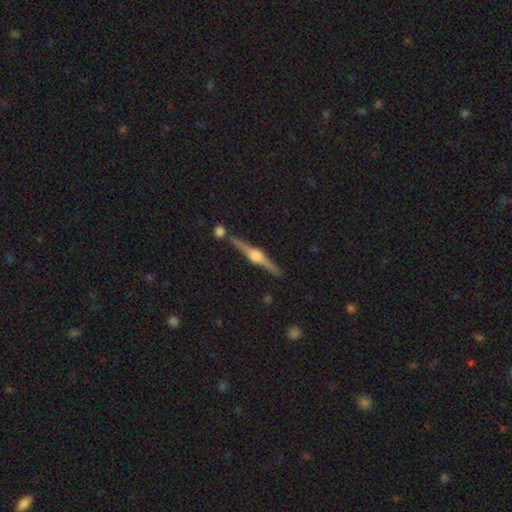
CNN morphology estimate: A featured or disk galaxy (87%) viewed edge-on (98%) with a rounded central bulge (94%).

Vote fractions:
- Smooth or featured? featured or disk: 87% / smooth: 8% / star or artifact: 5%
- Edge-on disk? yes: 98% / no: 2%
- Edge-on bulge? rounded: 94% / boxy: 5% / none: 2%
- Merging? none: 86% / minor disturbance: 7% / merger: 5% / major disturbance: 2%